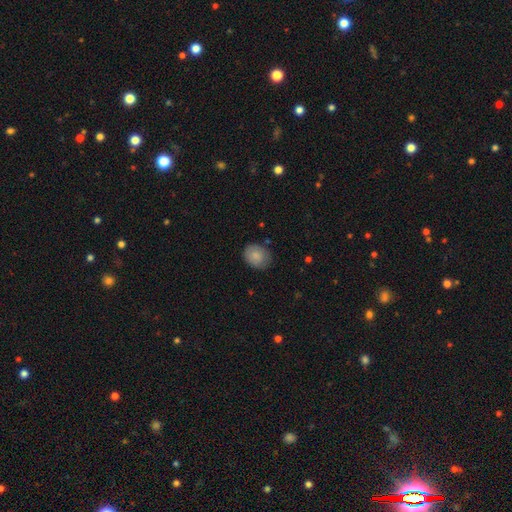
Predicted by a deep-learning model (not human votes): Morphology: type=smooth (83%); roundness=round (54%); merging=none (77%).